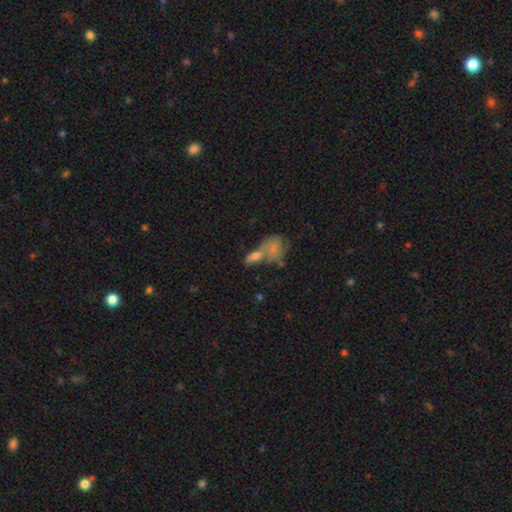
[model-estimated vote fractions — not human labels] A smooth galaxy with no disk features (63%) that is in between round and cigar-shaped (68%). Merging: merger (54%).